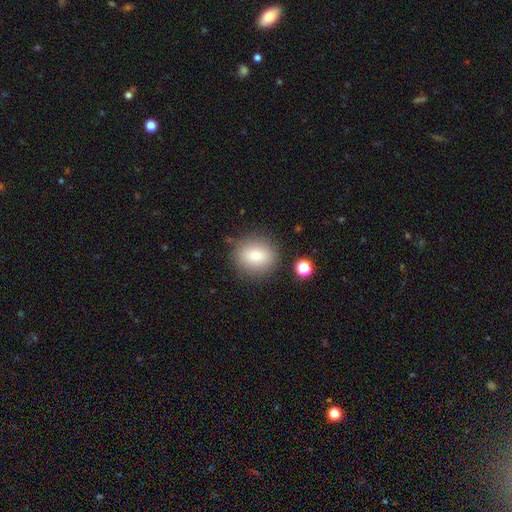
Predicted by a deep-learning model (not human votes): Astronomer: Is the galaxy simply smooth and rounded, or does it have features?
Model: smooth — 83%.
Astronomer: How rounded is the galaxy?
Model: round — 75%.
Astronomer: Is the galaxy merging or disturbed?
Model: none — 83%.